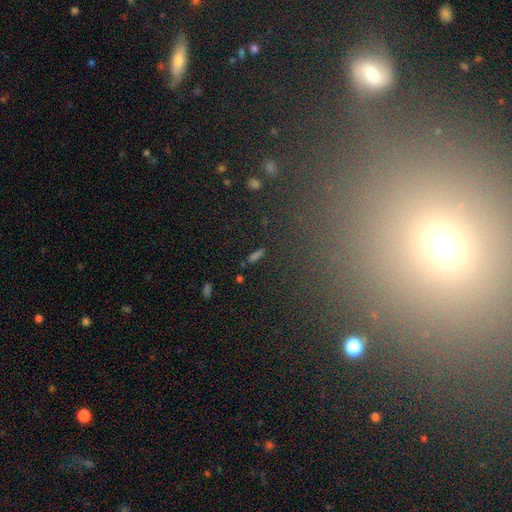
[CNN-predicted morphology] smooth-or-featured: smooth: 46% | star or artifact: 35% | featured or disk: 19%
  merging: none: 82% | minor disturbance: 9% | major disturbance: 5% | merger: 4%